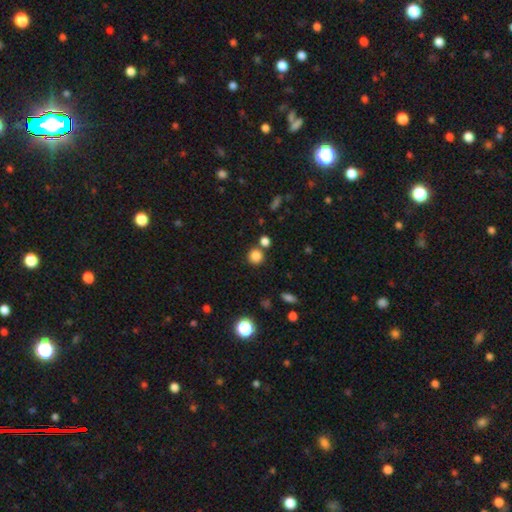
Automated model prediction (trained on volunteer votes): smooth 83%, star or artifact 13%, featured or disk 4%. Down the decision tree: how rounded — round (89%); merging — none (74%).